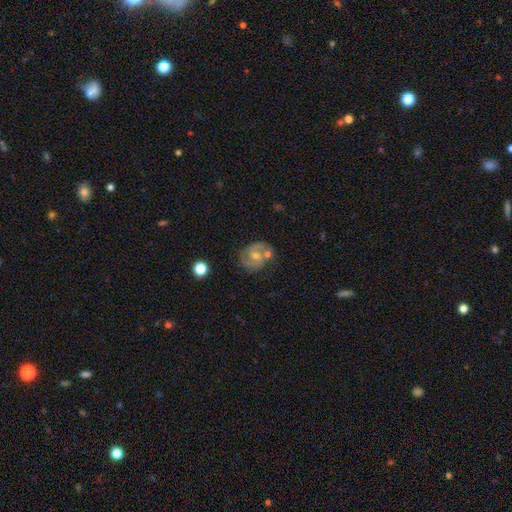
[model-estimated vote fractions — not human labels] smooth_or_featured: featured or disk (p=0.70) [alt: smooth p=0.20]
disk_edge_on: no (p=0.97) [alt: yes p=0.03]
bar: no (p=0.55) [alt: weak p=0.37]
has_spiral_arms: yes (p=0.88) [alt: no p=0.12]
spiral_winding: medium (p=0.50) [alt: tight p=0.31]
spiral_arm_count: 2 (p=0.79) [alt: can't tell p=0.10]
bulge_size: moderate (p=0.55) [alt: small p=0.39]
merging: none (p=0.64) [alt: minor disturbance p=0.16]